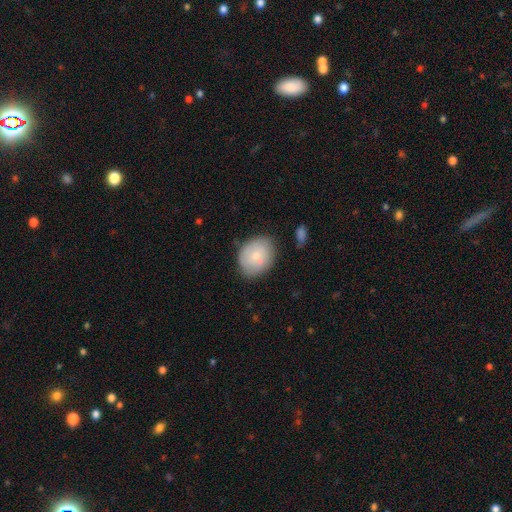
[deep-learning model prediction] Morphology: type=smooth (71%); roundness=in between (50%); merging=none (72%).